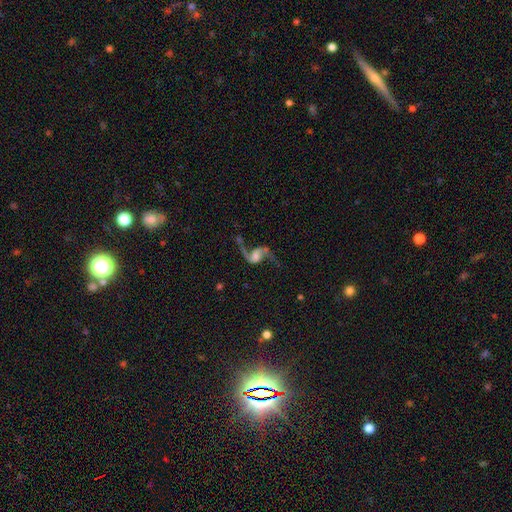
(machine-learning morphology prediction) This is clearly a featured or disk galaxy (86%). It is clearly not viewed edge-on (97%). Bar: marginally no (44%). Spiral arm pattern: clearly yes (95%). Spiral arm count: clearly 2 (92%). Spiral winding: clearly loose (86%). Central bulge: marginally moderate (32%). Merging: likely none (60%).